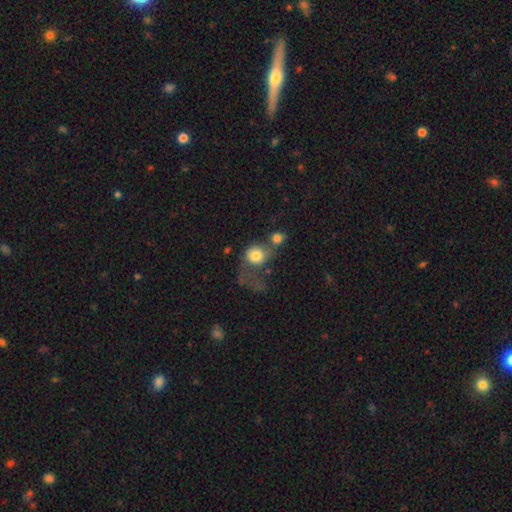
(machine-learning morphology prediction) Smooth or featured? Predicted: smooth (p=0.76). How rounded? Predicted: round (p=0.77). Merging? Predicted: merger (p=0.45).